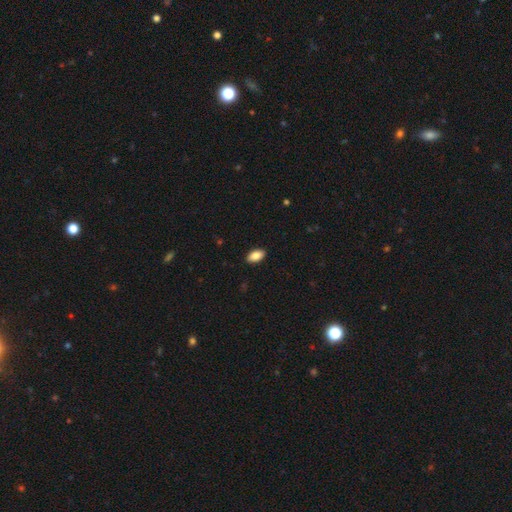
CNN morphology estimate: smooth 86%, star or artifact 7%, featured or disk 7%. Down the decision tree: how rounded — in between (93%); merging — none (90%).